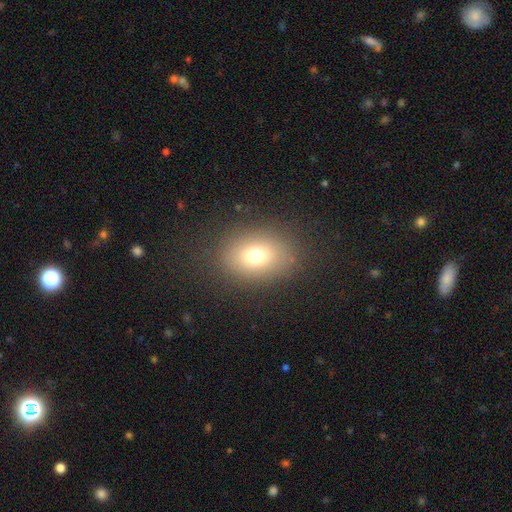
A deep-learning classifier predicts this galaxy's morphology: Smooth or featured? Predicted: smooth (p=0.72). How rounded? Predicted: in between (p=0.60). Merging? Predicted: none (p=0.84).